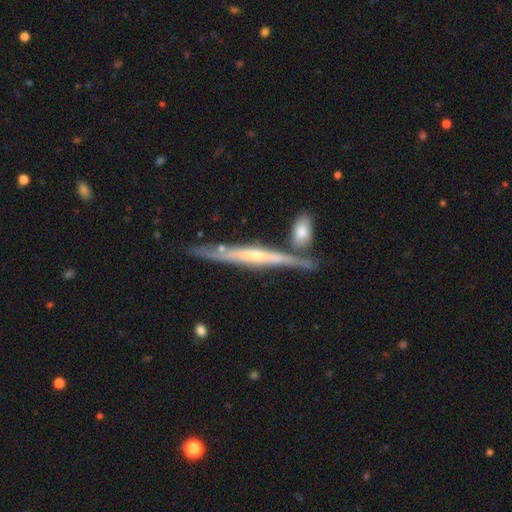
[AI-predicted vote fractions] smooth-or-featured: featured or disk: 76% | smooth: 19% | star or artifact: 6%
  disk-edge-on: yes: 92% | no: 8%
    edge-on-bulge: rounded: 47% | none: 42% | boxy: 11%
  merging: none: 67% | merger: 15% | minor disturbance: 14% | major disturbance: 4%